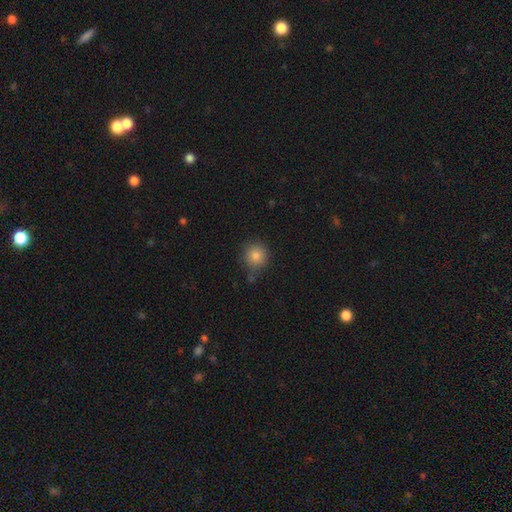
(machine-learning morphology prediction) Overall: smooth (82%). How rounded: round (92%). Merging: none (76%).